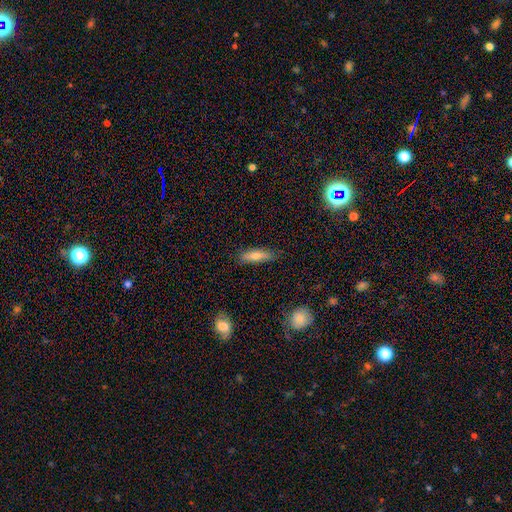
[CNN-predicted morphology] A smooth galaxy with no disk features (67%) that is cigar-shaped (63%).

Vote fractions:
- Smooth or featured? smooth: 67% / featured or disk: 26% / star or artifact: 7%
- How rounded? cigar-shaped: 63% / in between: 34% / round: 2%
- Merging? none: 81% / minor disturbance: 14% / major disturbance: 3% / merger: 2%